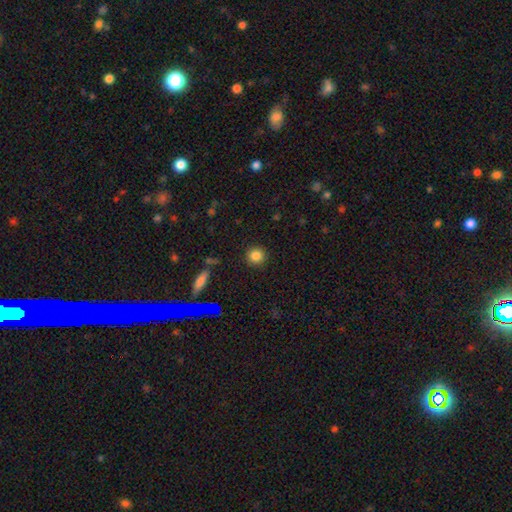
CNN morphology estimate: A smooth galaxy with no disk features (83%) that is round (92%). Merging: none (90%).